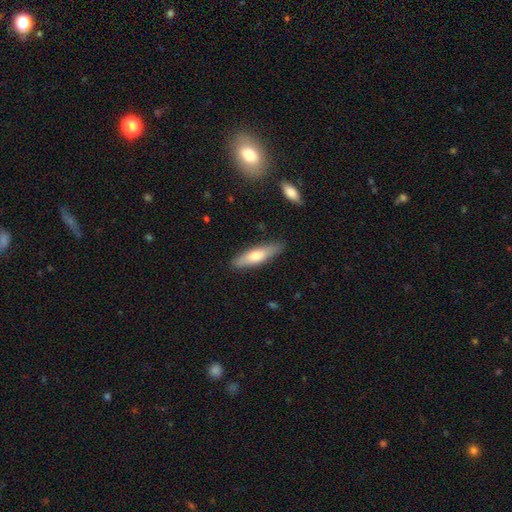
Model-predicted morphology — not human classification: This appears to be a smooth galaxy with no disk features (62%) that is cigar-shaped (69%). Merging: none (87%).